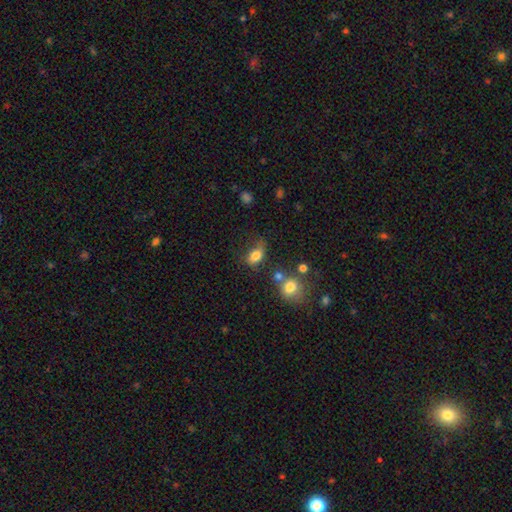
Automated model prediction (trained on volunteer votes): smooth 81%, star or artifact 10%, featured or disk 9%. Down the decision tree: how rounded — in between (79%); merging — none (44%).